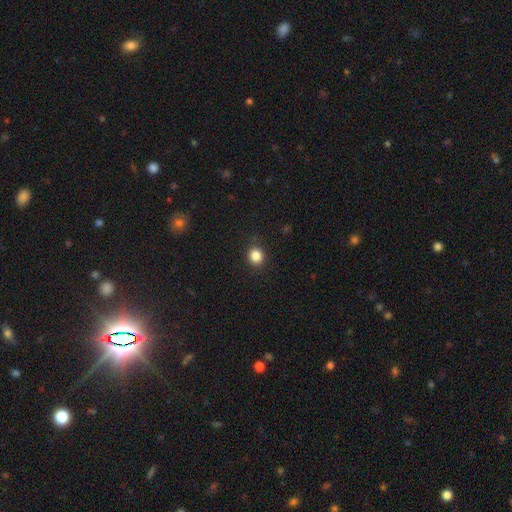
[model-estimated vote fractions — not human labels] smooth 85%, star or artifact 11%, featured or disk 4%. Down the decision tree: how rounded — round (86%); merging — none (89%).